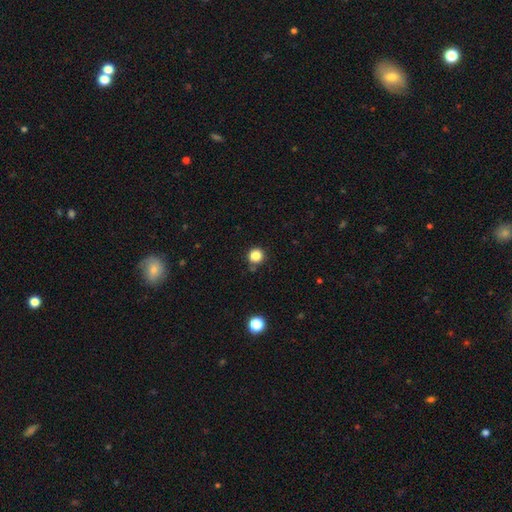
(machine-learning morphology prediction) Smooth or featured? smooth (84%)
How rounded? round (95%)
Merging? none (84%)